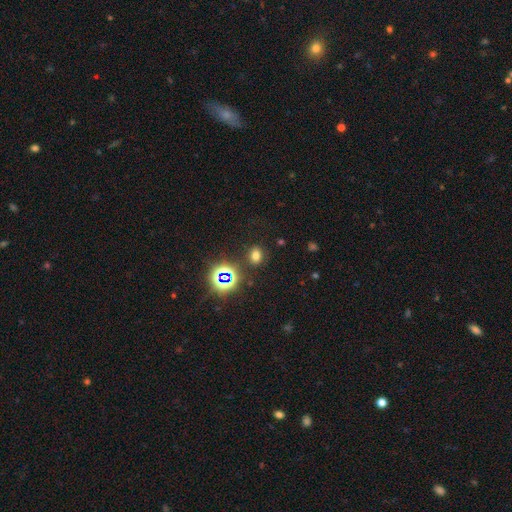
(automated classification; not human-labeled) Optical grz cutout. It shows a smooth galaxy with no disk features (66%) that is in between round and cigar-shaped (56%). Merging: none (85%).